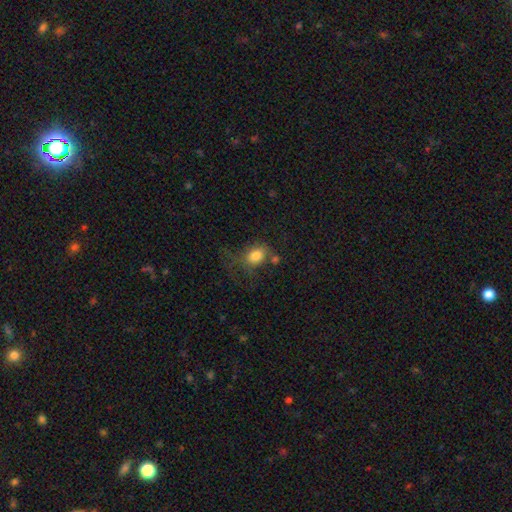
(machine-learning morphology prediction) Overall: smooth (79%). How rounded: in between (64%; round 35%). Merging: none (48%; minor disturbance 23%).